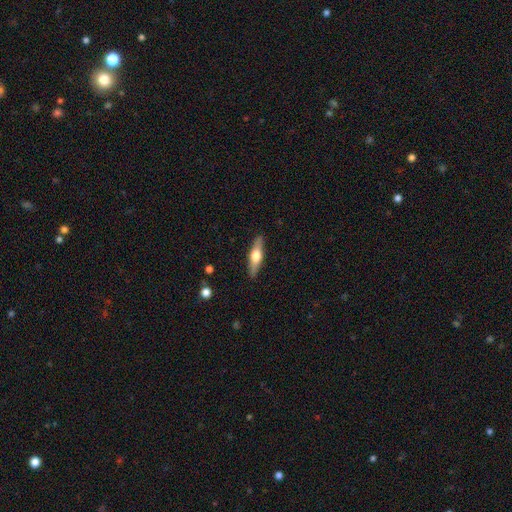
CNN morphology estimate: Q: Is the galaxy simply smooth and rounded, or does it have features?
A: featured or disk — 51%.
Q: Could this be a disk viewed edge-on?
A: yes — 92%.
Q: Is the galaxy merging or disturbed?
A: none — 89%.